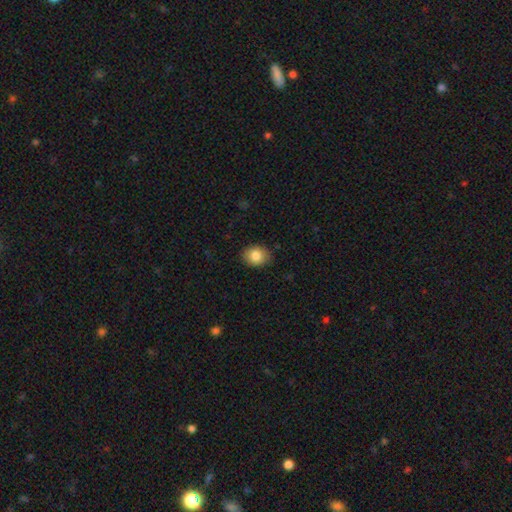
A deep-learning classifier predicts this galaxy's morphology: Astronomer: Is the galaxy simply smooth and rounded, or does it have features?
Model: smooth — 84%.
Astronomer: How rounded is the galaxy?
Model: in between — 59% (runner-up: round, 40%).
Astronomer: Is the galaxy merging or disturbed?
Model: none — 87%.